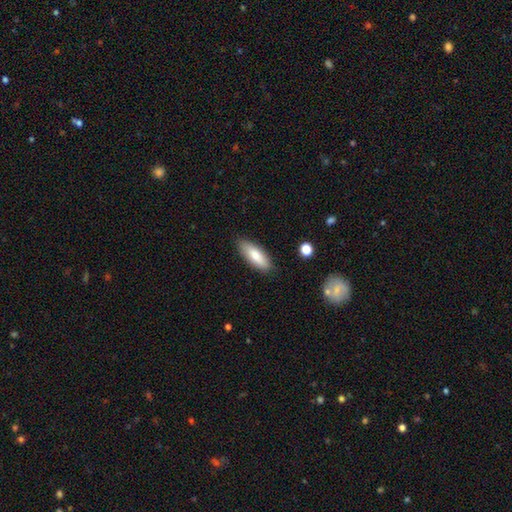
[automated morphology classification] A smooth galaxy with no disk features (77%) that is in between round and cigar-shaped (66%). Merging: none (85%).